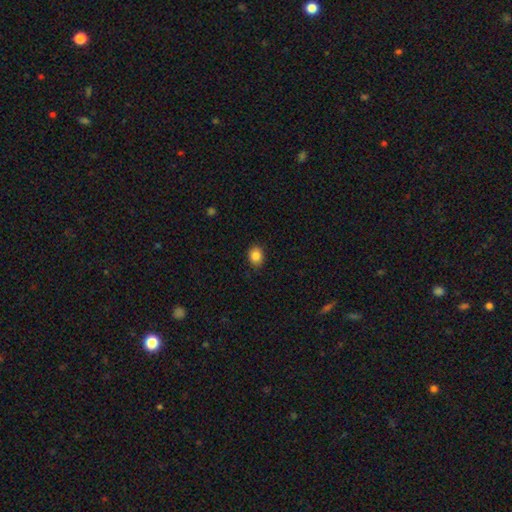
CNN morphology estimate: This is clearly a smooth galaxy (86%). How rounded: possibly in between (50%). Merging: clearly none (88%).